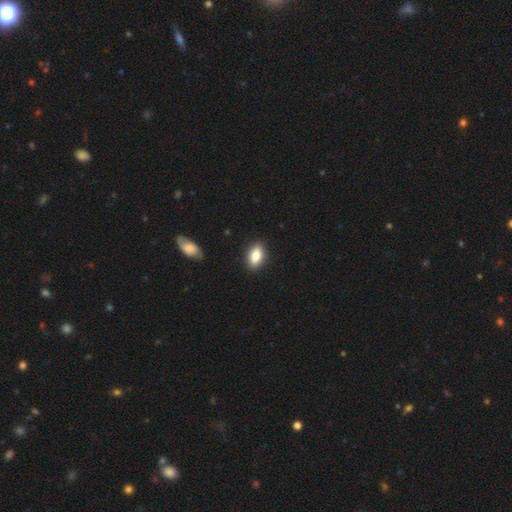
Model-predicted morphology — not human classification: Q: Smooth or featured?
A: smooth (84%); runner-up: featured or disk (9%)
Q: How rounded?
A: in between (88%); runner-up: cigar-shaped (6%)
Q: Merging?
A: none (88%); runner-up: minor disturbance (9%)